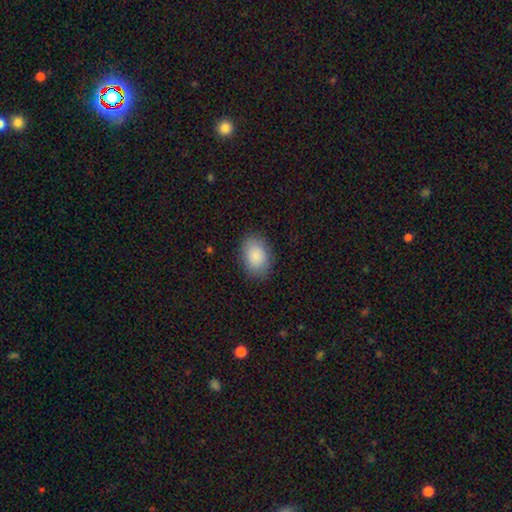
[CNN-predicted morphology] This is clearly a smooth galaxy (87%). How rounded: clearly in between (82%). Merging: clearly none (85%).